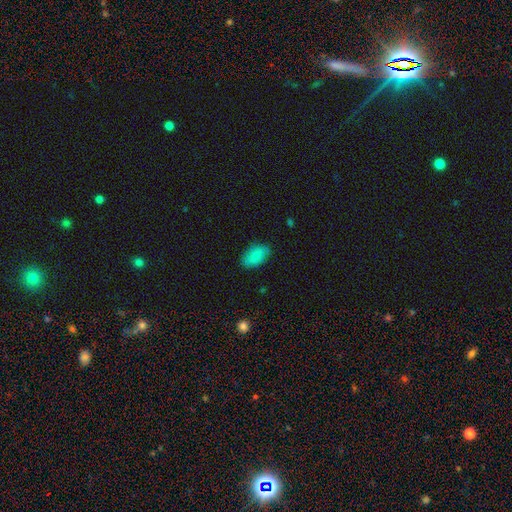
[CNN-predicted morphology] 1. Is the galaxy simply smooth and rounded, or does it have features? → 84% smooth, 9% featured or disk, 7% star or artifact.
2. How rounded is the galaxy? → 93% in between, 5% round, 2% cigar-shaped.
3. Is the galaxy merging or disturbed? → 85% none, 12% minor disturbance, 3% major disturbance, 1% merger.